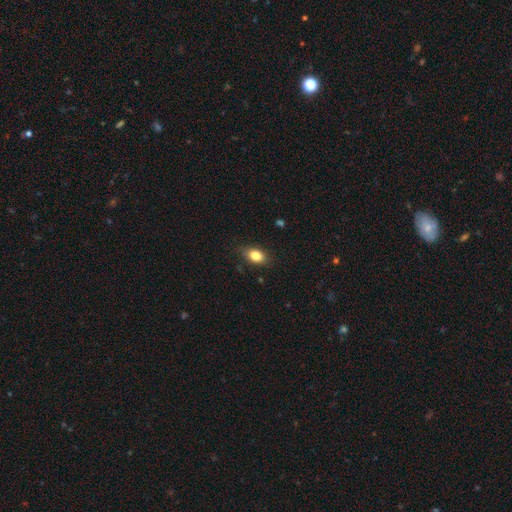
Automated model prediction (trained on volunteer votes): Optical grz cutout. It shows a smooth galaxy with no disk features (83%) that is in between round and cigar-shaped (83%). Merging: none (81%).